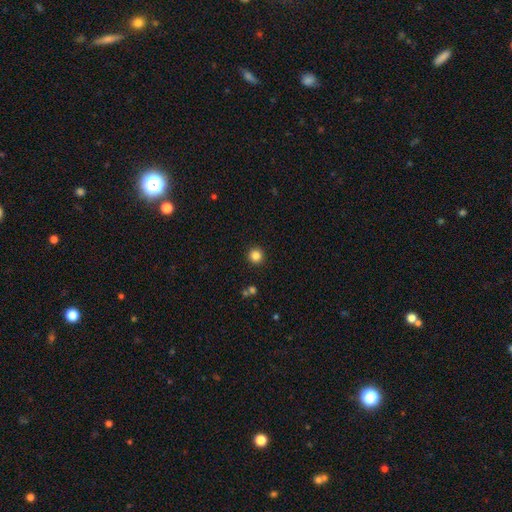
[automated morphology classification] type=smooth (84%); roundness=round (95%); merging=none (92%).